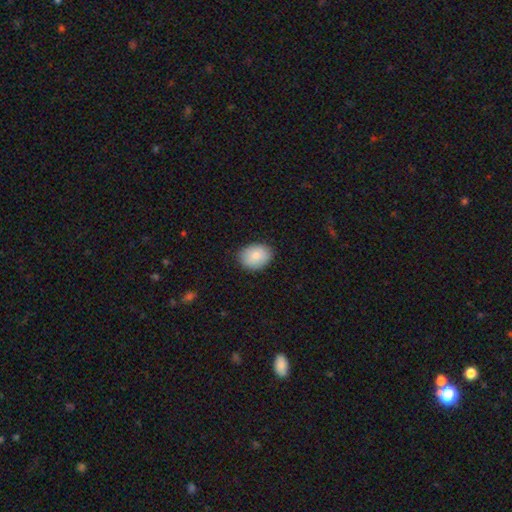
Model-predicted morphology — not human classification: A smooth galaxy with no disk features (85%) that is in between round and cigar-shaped (67%).

Vote fractions:
- Smooth or featured? smooth: 85% / featured or disk: 9% / star or artifact: 7%
- How rounded? in between: 67% / round: 32% / cigar-shaped: 1%
- Merging? none: 86% / minor disturbance: 10% / major disturbance: 2% / merger: 1%